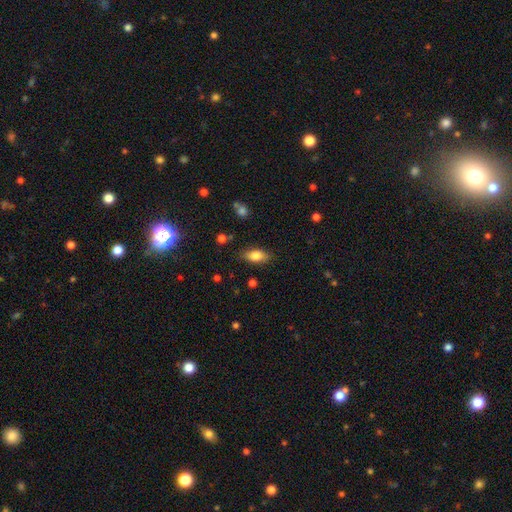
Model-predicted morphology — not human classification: Overall: smooth (81%). How rounded: in between (87%). Merging: none (83%).